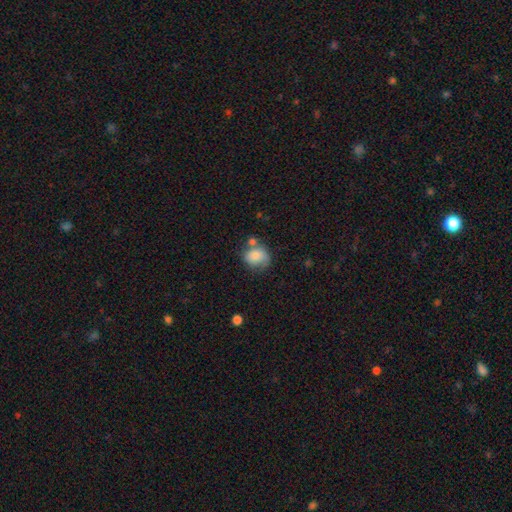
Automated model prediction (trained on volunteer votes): Smooth or featured? smooth (77%)
How rounded? round (62%)
Merging? none (47%)